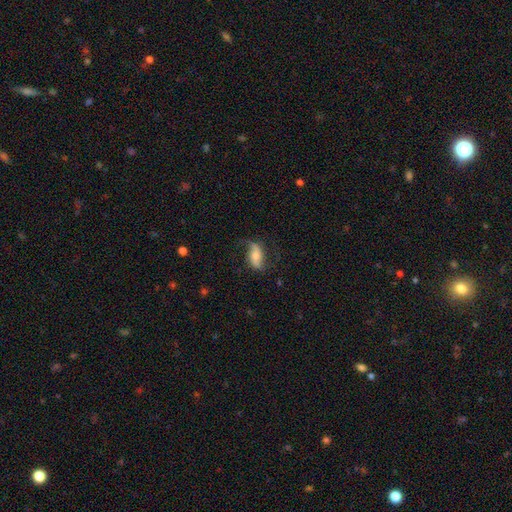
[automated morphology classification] This is likely a featured or disk galaxy (63%). It is clearly not viewed edge-on (90%). Bar: possibly no (45%). Spiral arm pattern: clearly yes (88%). Spiral arm count: clearly 2 (88%). Spiral winding: likely loose (78%). Central bulge: possibly moderate (50%). Merging: likely none (65%).